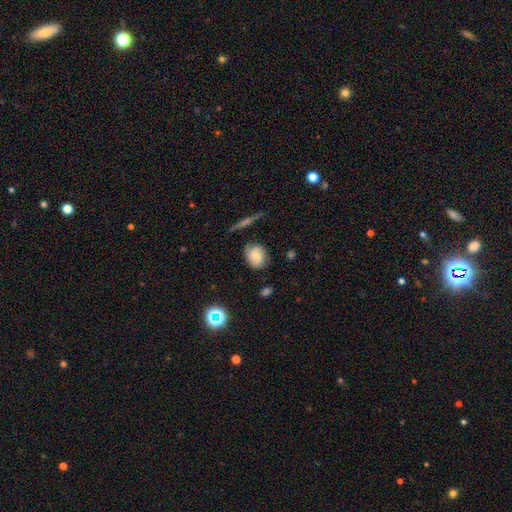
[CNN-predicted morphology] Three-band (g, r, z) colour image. It shows a smooth galaxy with no disk features (61%) that is round (56%). Merging: none (67%).